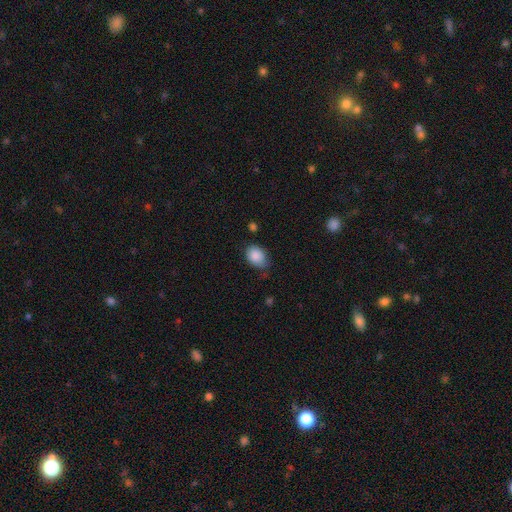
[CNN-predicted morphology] type=smooth (87%); roundness=in between (65%); merging=none (63%).